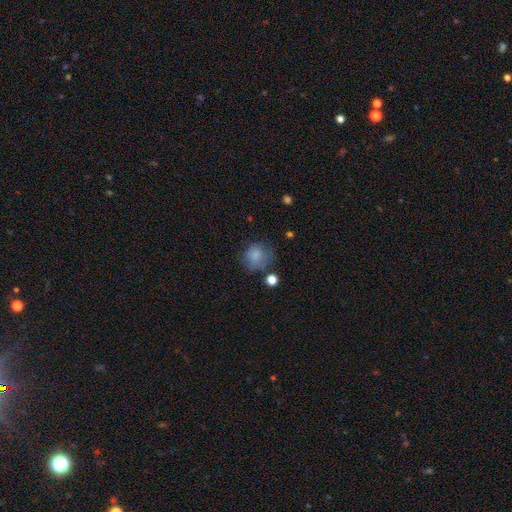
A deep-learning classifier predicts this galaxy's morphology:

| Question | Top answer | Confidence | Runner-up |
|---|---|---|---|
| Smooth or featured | smooth | 81% | star or artifact (10%) |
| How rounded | round | 78% | in between (21%) |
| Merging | none | 60% | minor disturbance (24%) |